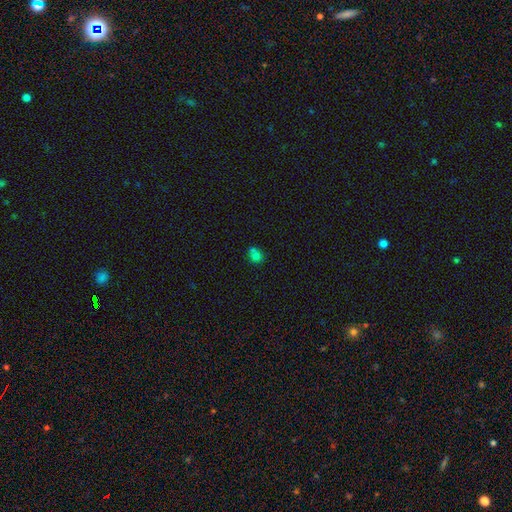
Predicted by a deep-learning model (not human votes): Overall: smooth (72%). How rounded: round (76%). Merging: merger (45%; none 41%).